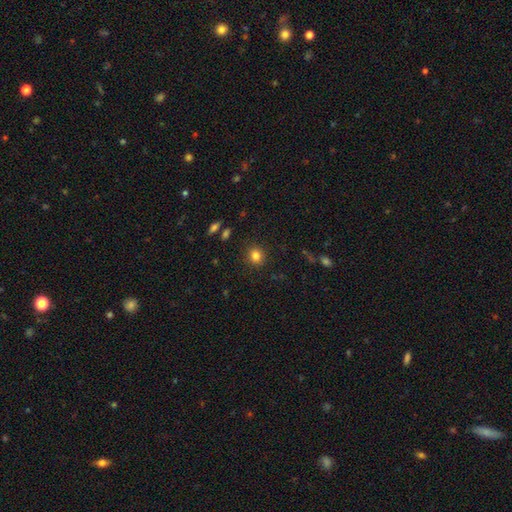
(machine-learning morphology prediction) type=smooth (82%); roundness=round (81%); merging=none (89%).